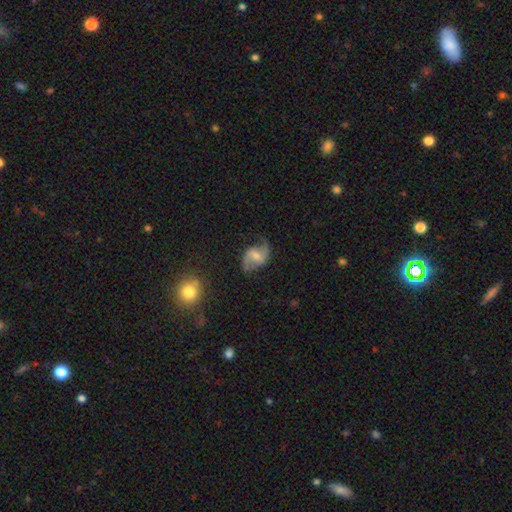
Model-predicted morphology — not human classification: Q: Smooth or featured?
A: featured or disk (80%); runner-up: smooth (14%)
Q: Edge-on disk?
A: no (98%); runner-up: yes (2%)
Q: Bar?
A: weak (50%); runner-up: no (30%)
Q: Spiral arms?
A: yes (95%); runner-up: no (5%)
Q: Spiral winding?
A: loose (55%); runner-up: medium (36%)
Q: Spiral arm count?
A: 2 (90%); runner-up: 1 (3%)
Q: Bulge size?
A: moderate (48%); runner-up: small (42%)
Q: Merging?
A: none (72%); runner-up: minor disturbance (18%)